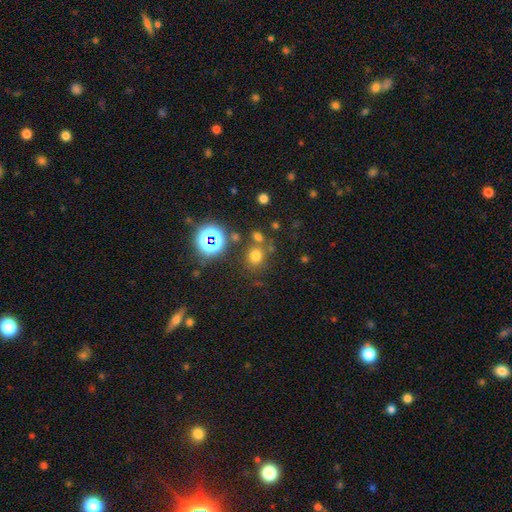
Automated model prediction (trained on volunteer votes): This is likely a smooth galaxy (67%). How rounded: likely round (78%). Merging: likely none (73%).